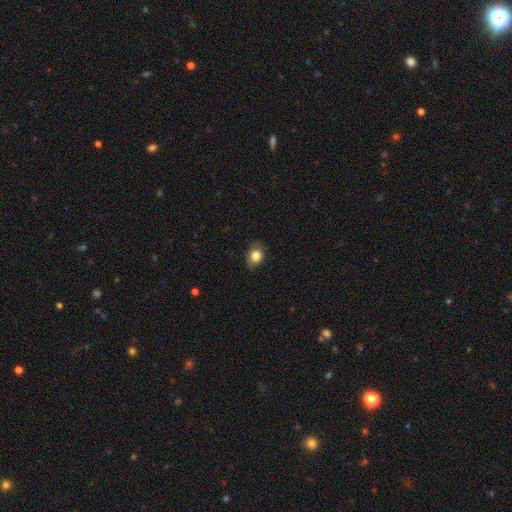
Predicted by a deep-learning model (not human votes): Overall: smooth (83%). How rounded: in between (59%; round 40%). Merging: none (80%).